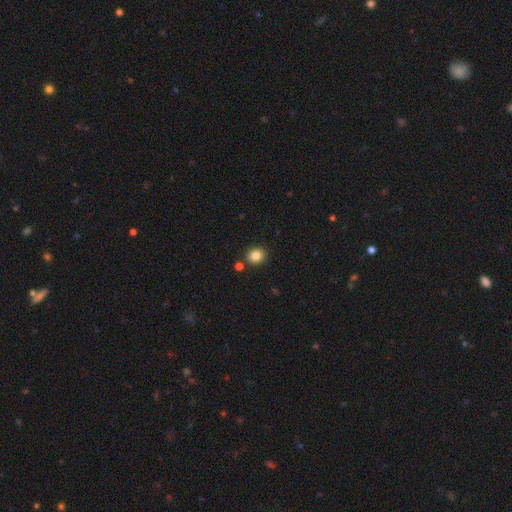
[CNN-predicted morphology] A smooth galaxy with no disk features (84%) that is round (75%). Merging: none (83%).